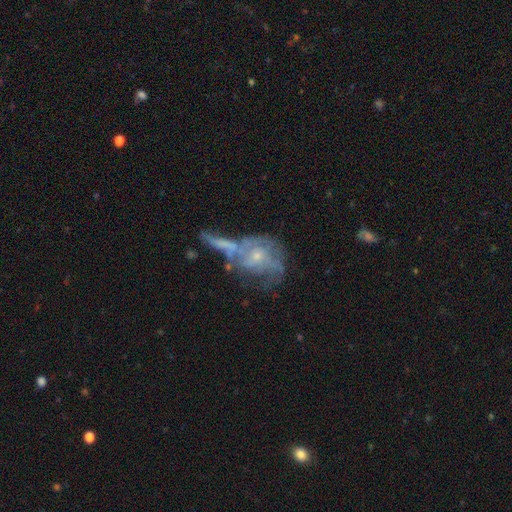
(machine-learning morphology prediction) type=featured or disk (70%); edge-on=no (94%); bar=no (69%); spiral arms=yes (70%); bulge=small (62%); merging=merger (41%).